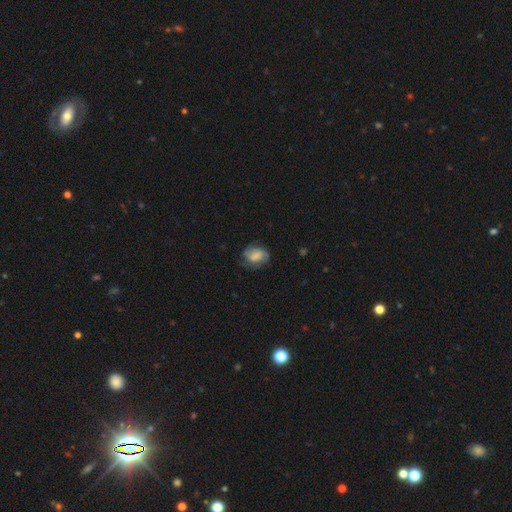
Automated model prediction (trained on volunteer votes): A smooth galaxy with no disk features (56%) that is in between round and cigar-shaped (62%). Merging: none (60%).